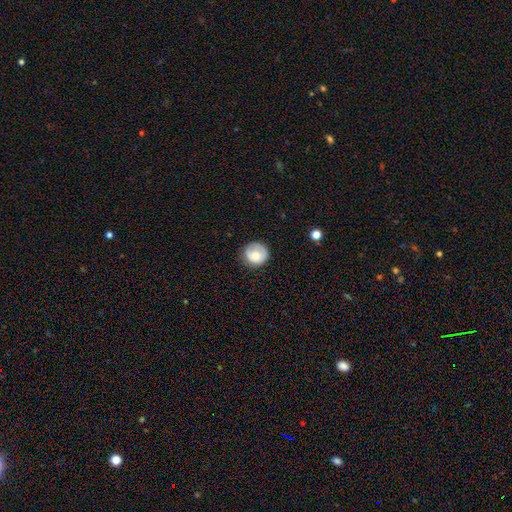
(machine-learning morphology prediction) Smooth or featured? smooth (71%)
How rounded? round (90%)
Merging? none (75%)